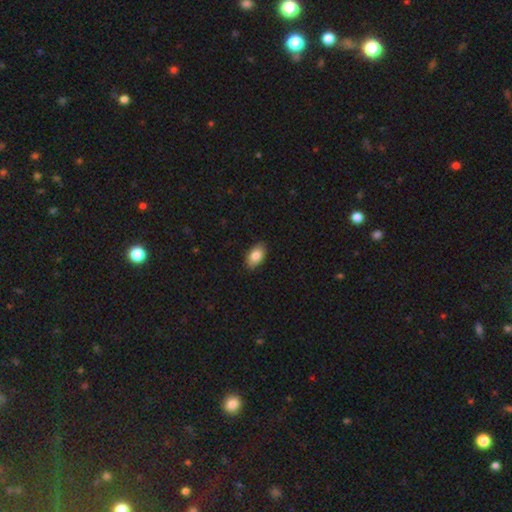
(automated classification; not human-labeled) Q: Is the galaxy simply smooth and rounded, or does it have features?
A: smooth — 85%.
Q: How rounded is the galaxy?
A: in between — 93%.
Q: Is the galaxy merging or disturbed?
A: none — 88%.